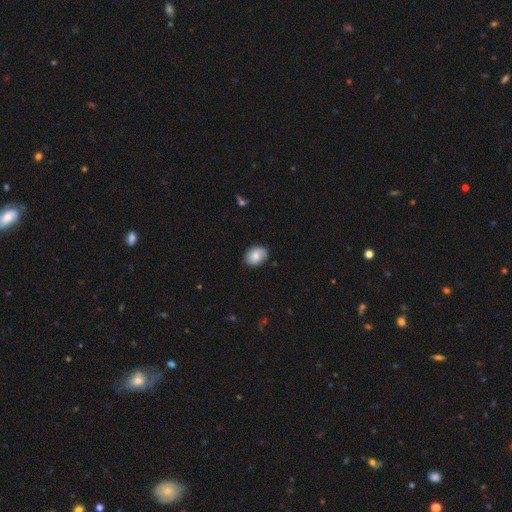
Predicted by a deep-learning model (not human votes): Overall: smooth (74%). How rounded: in between (64%; round 35%). Merging: none (79%).